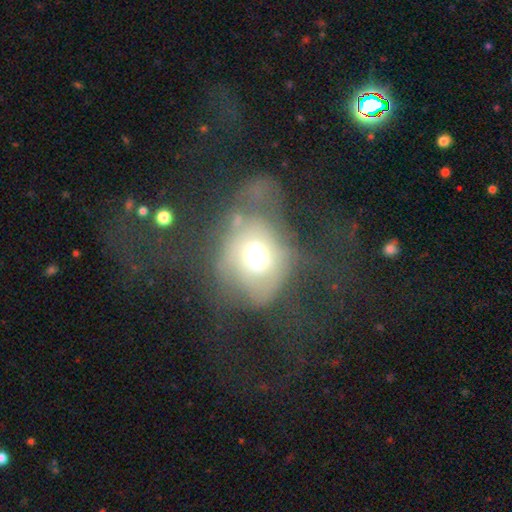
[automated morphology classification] This appears to be a smooth galaxy with no disk features (49%). Merging: major disturbance (50%).